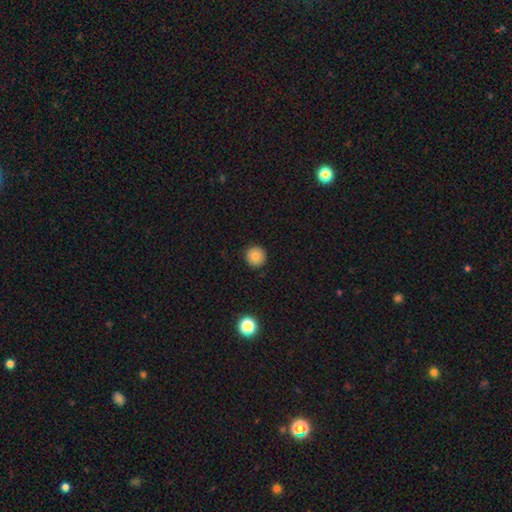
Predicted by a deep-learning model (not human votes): Smooth or featured: smooth — 83% (star or artifact — 10%)
How rounded: round — 96% (in between — 3%)
Merging: none — 92% (minor disturbance — 5%)